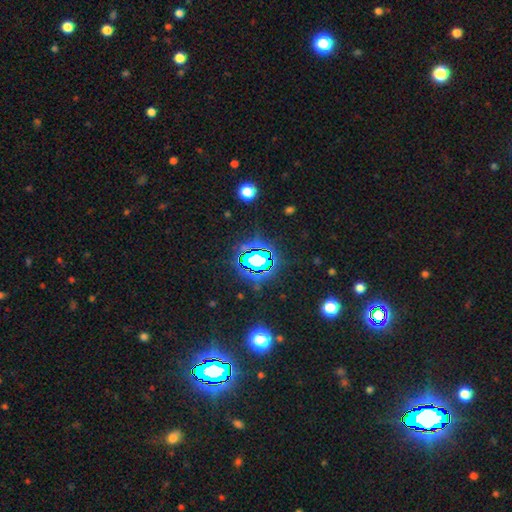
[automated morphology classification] type=star or artifact (74%).